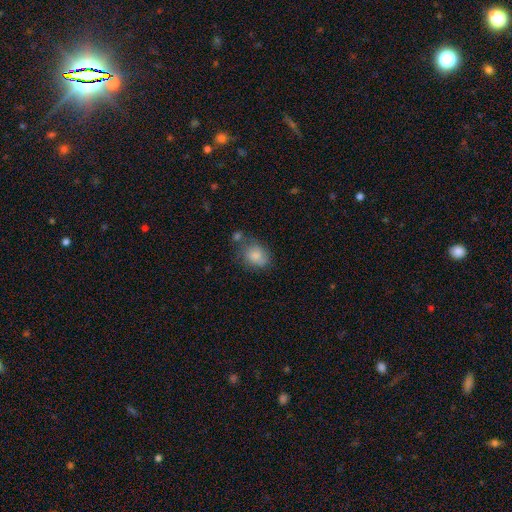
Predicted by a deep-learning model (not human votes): Morphology: type=smooth (78%); roundness=in between (55%); merging=none (52%).